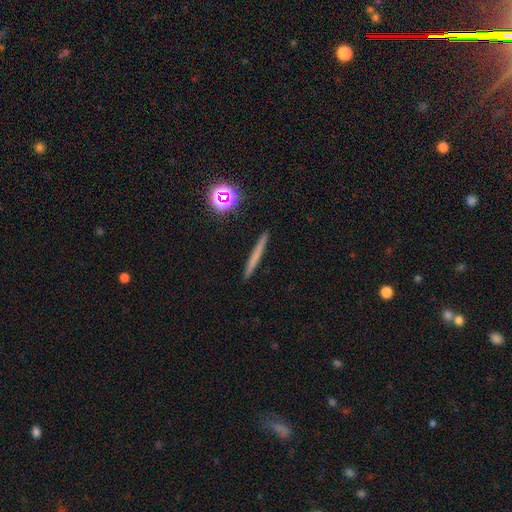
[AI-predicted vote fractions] Morphology: type=smooth (54%); roundness=cigar-shaped (95%); merging=none (92%).